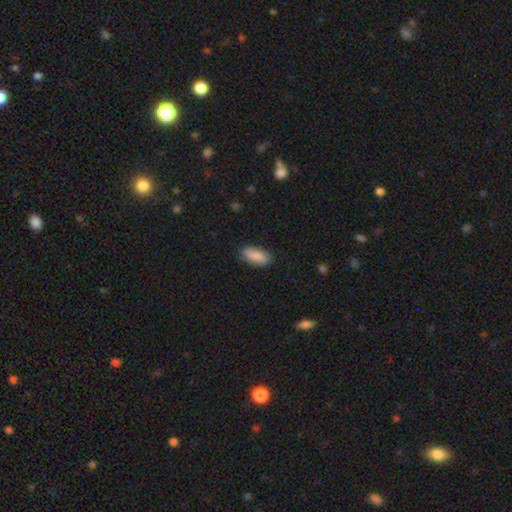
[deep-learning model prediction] Smooth or featured? smooth (88%)
How rounded? in between (87%)
Merging? none (82%)